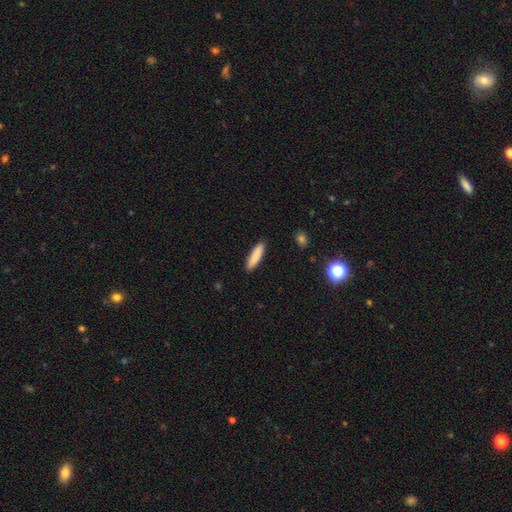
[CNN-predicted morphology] Smooth or featured? Predicted: smooth (p=0.87). How rounded? Predicted: cigar-shaped (p=0.74). Merging? Predicted: none (p=0.91).